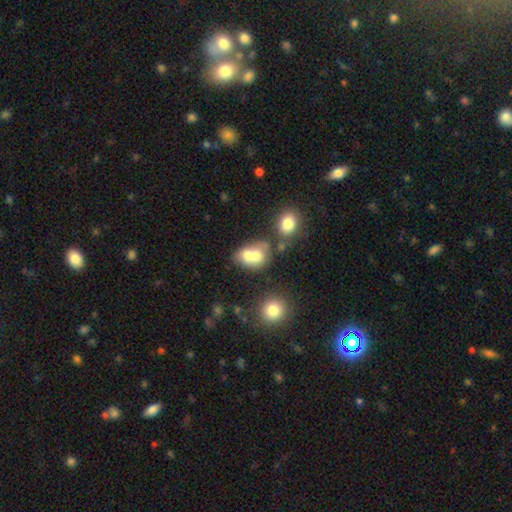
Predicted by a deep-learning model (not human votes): Morphology: type=smooth (69%); roundness=in between (51%); merging=merger (62%).